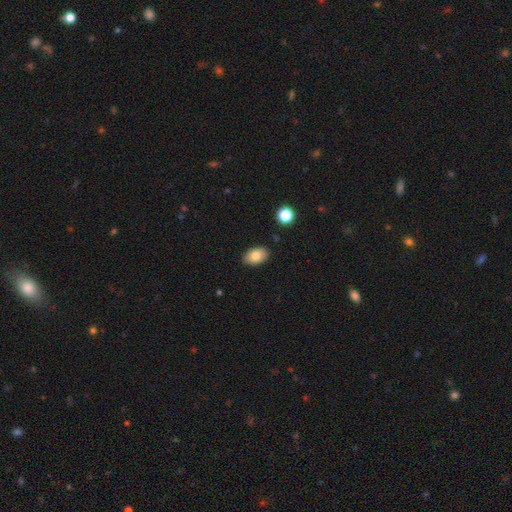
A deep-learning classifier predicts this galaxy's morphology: type=smooth (81%); roundness=in between (90%); merging=none (87%).